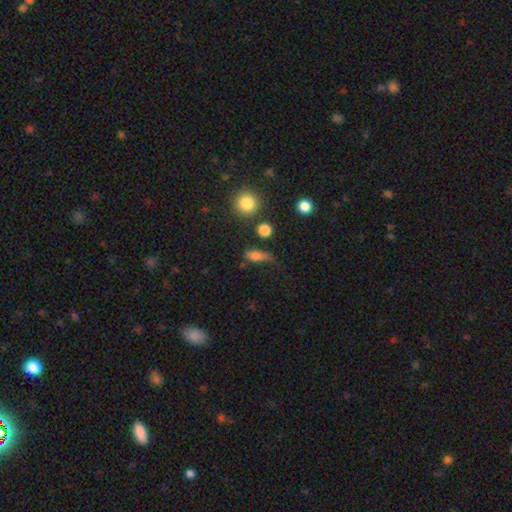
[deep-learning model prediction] Morphology: type=smooth (73%); roundness=in between (58%); merging=none (39%).